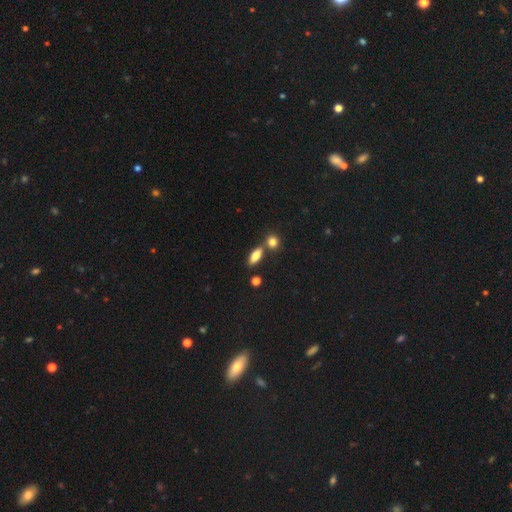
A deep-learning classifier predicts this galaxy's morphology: smooth 78%, featured or disk 14%, star or artifact 9%. Down the decision tree: how rounded — in between (73%); merging — none (66%).